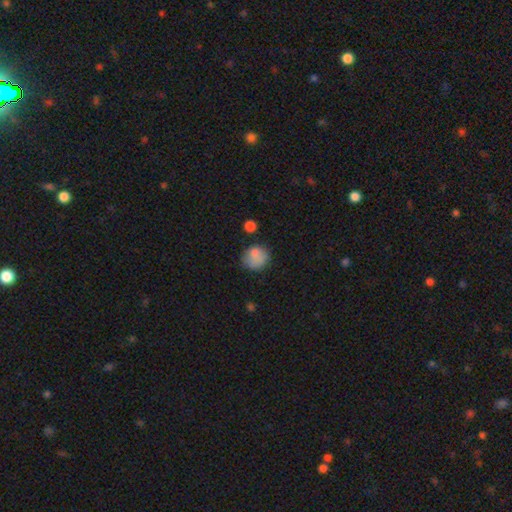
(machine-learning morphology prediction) Smooth or featured?
  - smooth: 80% *
  - featured or disk: 10%
  - star or artifact: 10%
How rounded?
  - round: 74% *
  - in between: 25%
  - cigar-shaped: 1%
Merging?
  - none: 60% *
  - minor disturbance: 23%
  - merger: 9%
  - major disturbance: 8%